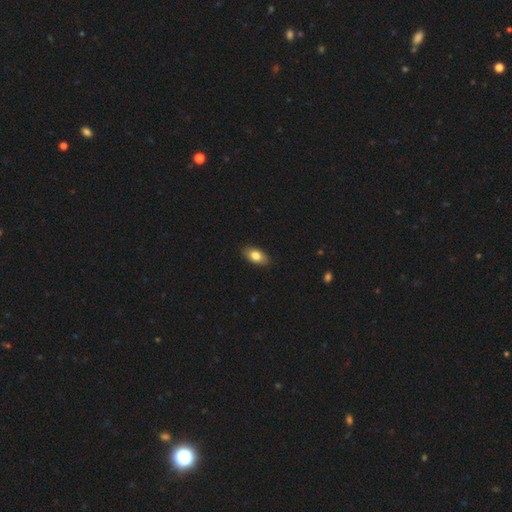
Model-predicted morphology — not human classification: A smooth galaxy with no disk features (81%) that is in between round and cigar-shaped (92%).

Vote fractions:
- Smooth or featured? smooth: 81% / featured or disk: 12% / star or artifact: 7%
- How rounded? in between: 92% / round: 5% / cigar-shaped: 4%
- Merging? none: 89% / minor disturbance: 9% / major disturbance: 2% / merger: 1%